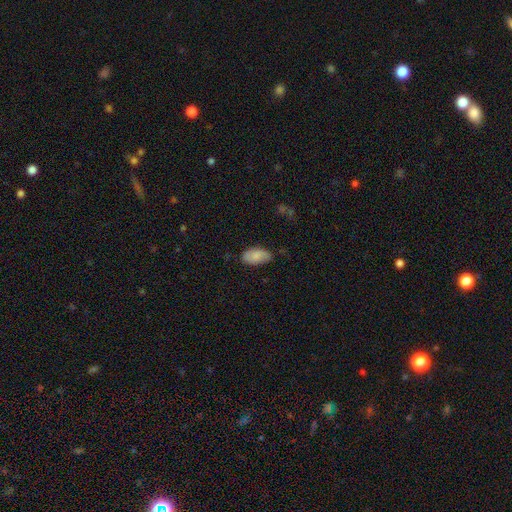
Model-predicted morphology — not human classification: smooth-or-featured: smooth: 81% | featured or disk: 13% | star or artifact: 6%
  how-rounded: in between: 94% | cigar-shaped: 3% | round: 3%
  merging: none: 71% | minor disturbance: 24% | major disturbance: 4% | merger: 1%